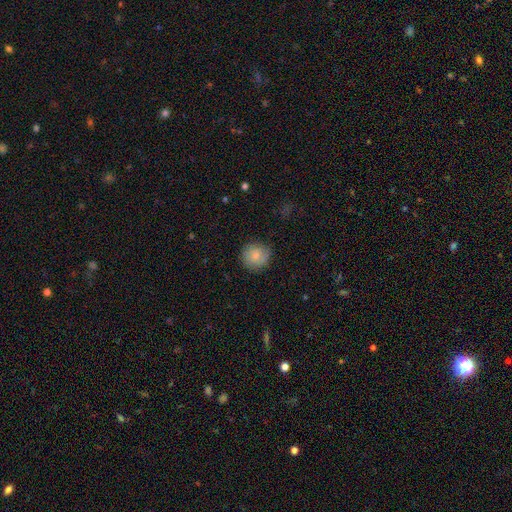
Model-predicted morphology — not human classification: Smooth or featured: smooth — 77% (featured or disk — 16%)
How rounded: round — 92% (in between — 7%)
Merging: none — 83% (minor disturbance — 13%)